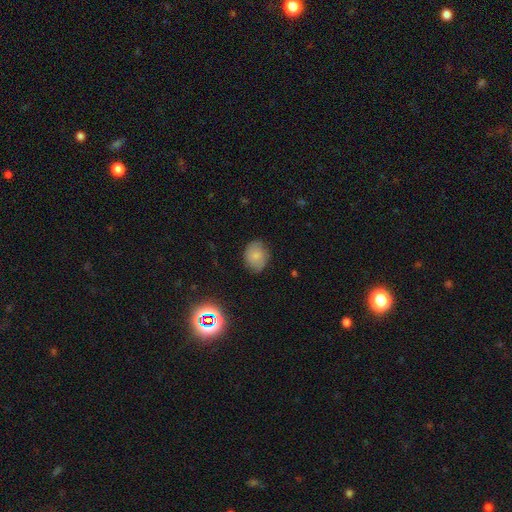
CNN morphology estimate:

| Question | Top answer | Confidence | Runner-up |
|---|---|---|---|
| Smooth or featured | smooth | 74% | featured or disk (15%) |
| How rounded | round | 51% | in between (47%) |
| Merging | none | 76% | minor disturbance (19%) |